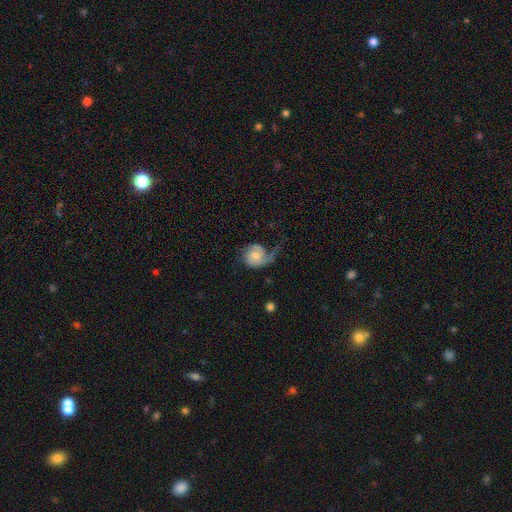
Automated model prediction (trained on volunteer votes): The model was most divided on "spiral winding": medium: 38%, loose: 35%, tight: 27%. Remaining: edge-on disk — no (98%); spiral arms — yes (94%); smooth or featured — featured or disk (72%); bar — no (66%); spiral arm count — 2 (48%); bulge size — moderate (43%); merging — none (40%).